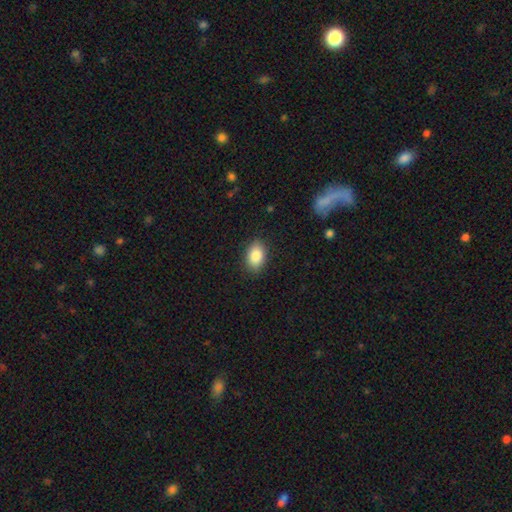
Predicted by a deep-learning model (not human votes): Smooth or featured?
  - smooth: 87% *
  - star or artifact: 7%
  - featured or disk: 6%
How rounded?
  - in between: 88% *
  - round: 11%
  - cigar-shaped: 1%
Merging?
  - none: 88% *
  - minor disturbance: 9%
  - major disturbance: 2%
  - merger: 1%